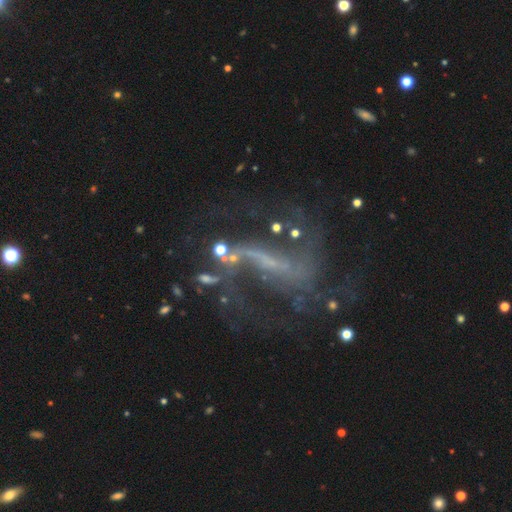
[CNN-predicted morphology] The model was most divided on "merging": none: 46%, major disturbance: 29%, minor disturbance: 16%, merger: 9%. More confident: edge-on disk — no (91%); spiral arms — yes (76%); smooth or featured — featured or disk (76%); spiral arm count — 2 (68%); spiral winding — loose (60%); bulge size — none (58%); bar — strong (53%).